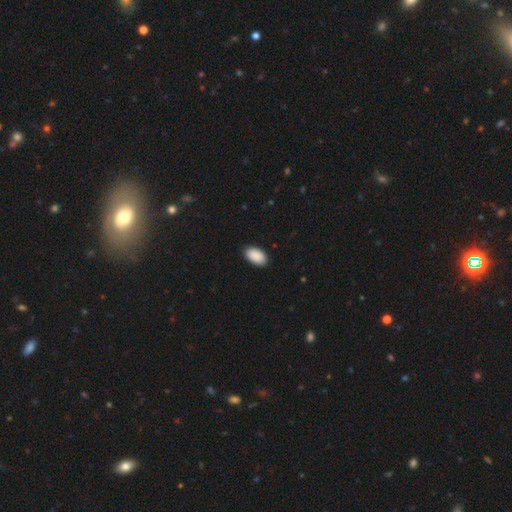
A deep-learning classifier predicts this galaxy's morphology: This appears to be a smooth galaxy with no disk features (91%) that is in between round and cigar-shaped (95%). Merging: none (88%).